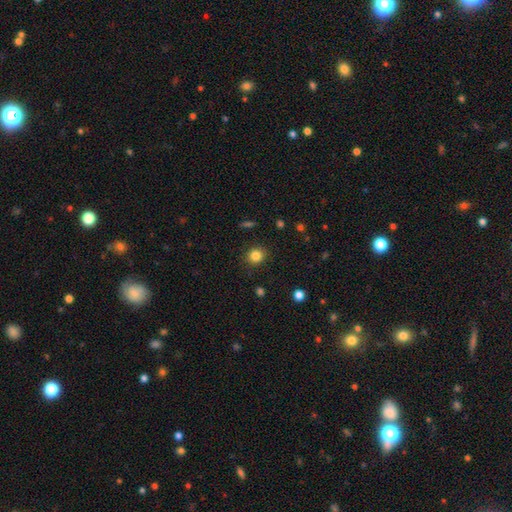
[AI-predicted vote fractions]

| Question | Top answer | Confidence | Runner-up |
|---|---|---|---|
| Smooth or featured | smooth | 84% | star or artifact (11%) |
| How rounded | round | 84% | in between (15%) |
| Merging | none | 90% | minor disturbance (7%) |